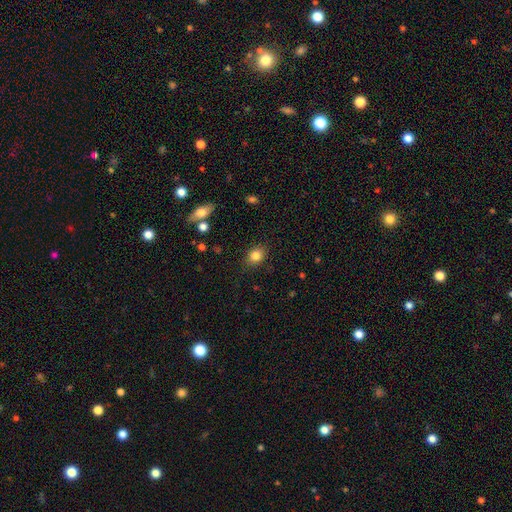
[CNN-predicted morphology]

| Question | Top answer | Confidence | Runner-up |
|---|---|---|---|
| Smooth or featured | smooth | 83% | star or artifact (10%) |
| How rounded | round | 52% | in between (47%) |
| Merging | none | 86% | minor disturbance (10%) |